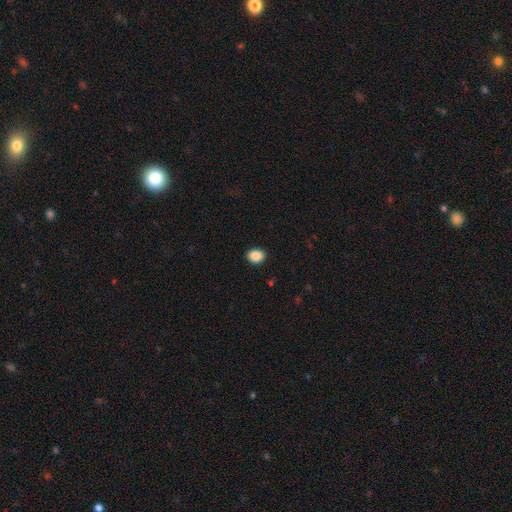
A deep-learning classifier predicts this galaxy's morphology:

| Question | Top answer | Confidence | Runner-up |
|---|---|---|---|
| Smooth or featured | smooth | 89% | star or artifact (8%) |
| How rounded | in between | 53% | round (46%) |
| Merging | none | 90% | minor disturbance (7%) |